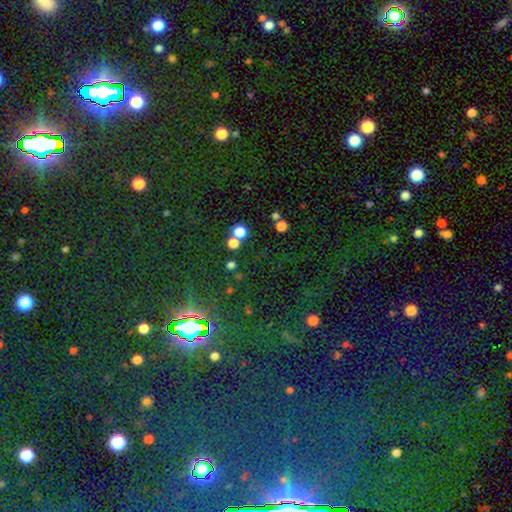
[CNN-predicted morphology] smooth-or-featured: star or artifact: 82% | smooth: 10% | featured or disk: 8%